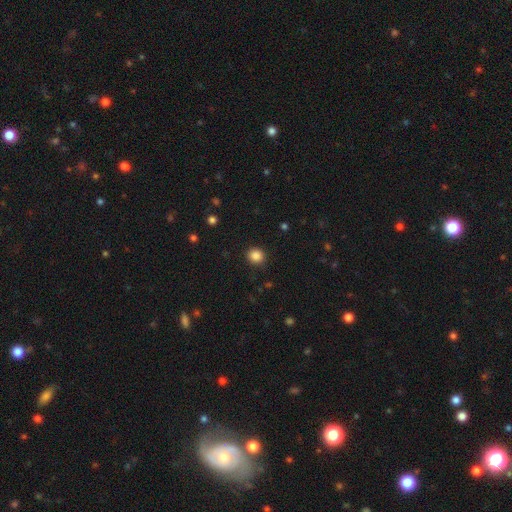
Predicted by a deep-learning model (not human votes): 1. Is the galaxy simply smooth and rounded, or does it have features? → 86% smooth, 11% star or artifact, 3% featured or disk.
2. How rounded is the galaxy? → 88% round, 11% in between, 1% cigar-shaped.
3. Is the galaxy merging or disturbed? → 91% none, 6% minor disturbance, 2% major disturbance, 1% merger.